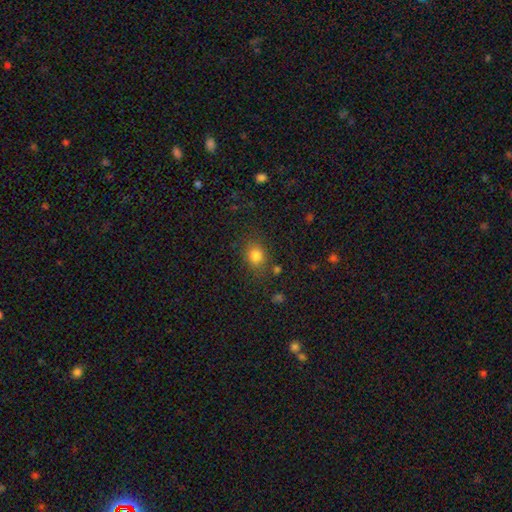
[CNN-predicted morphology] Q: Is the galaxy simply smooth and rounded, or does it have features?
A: smooth — 82%.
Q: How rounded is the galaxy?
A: round — 69%.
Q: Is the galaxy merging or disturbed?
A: none — 79%.